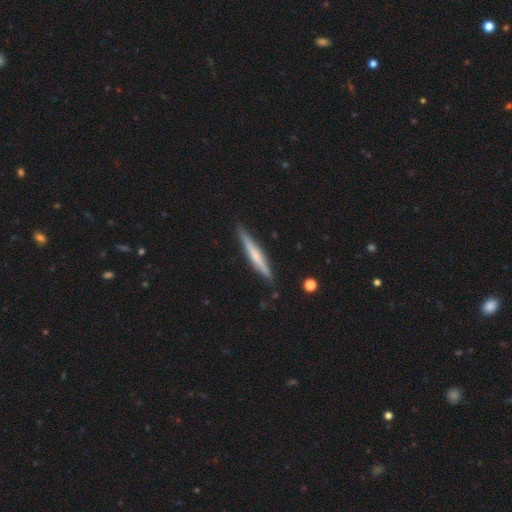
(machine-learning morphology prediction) Smooth or featured?
  - featured or disk: 52% *
  - smooth: 42%
  - star or artifact: 5%
Edge-on disk?
  - yes: 97% *
  - no: 3%
Edge-on bulge?
  - none: 45% *
  - rounded: 43%
  - boxy: 12%
Merging?
  - none: 88% *
  - minor disturbance: 9%
  - major disturbance: 2%
  - merger: 2%